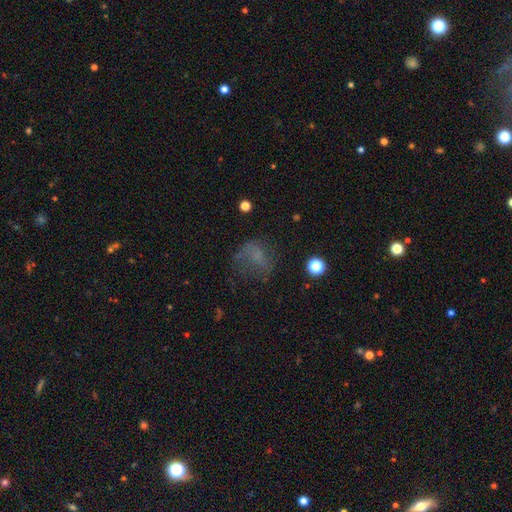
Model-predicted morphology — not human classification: Smooth or featured? smooth (48%)
Merging? none (42%)